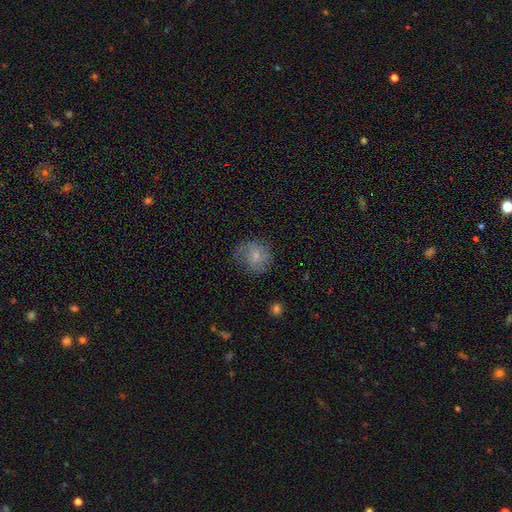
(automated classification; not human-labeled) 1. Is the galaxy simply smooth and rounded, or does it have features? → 72% smooth, 19% featured or disk, 9% star or artifact.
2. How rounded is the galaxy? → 81% round, 18% in between, 1% cigar-shaped.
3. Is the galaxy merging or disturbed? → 62% none, 25% minor disturbance, 11% major disturbance, 2% merger.